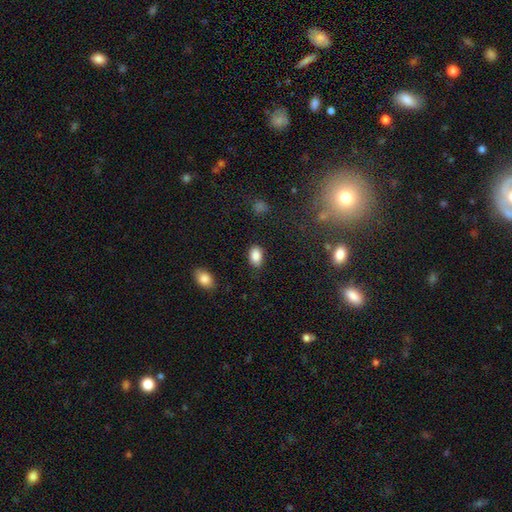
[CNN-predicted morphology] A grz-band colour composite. It shows a smooth galaxy with no disk features (87%) that is in between round and cigar-shaped (88%). Merging: none (83%).